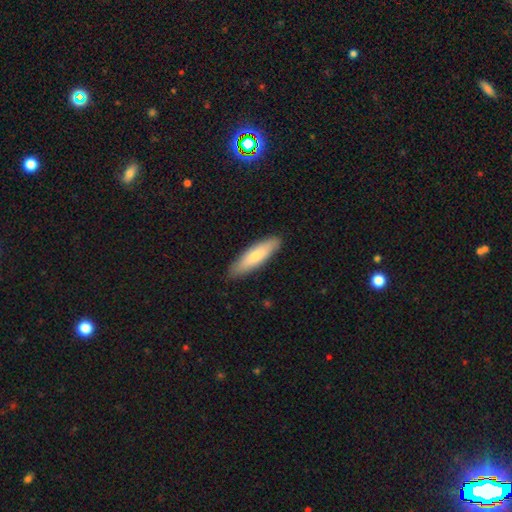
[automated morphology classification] The model was most divided on "how rounded": cigar-shaped: 62%, in between: 37%, round: 2%. More confident: merging — none (87%); smooth or featured — smooth (72%).